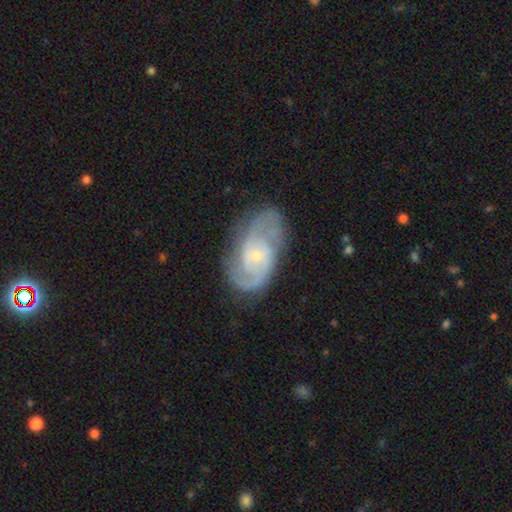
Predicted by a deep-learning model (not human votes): The model was most divided on "spiral winding": medium: 47%, tight: 40%, loose: 13%. More confident: edge-on disk — no (97%); spiral arms — yes (96%); smooth or featured — featured or disk (87%); bulge size — small (74%); merging — none (71%); spiral arm count — 2 (68%); bar — no (60%).